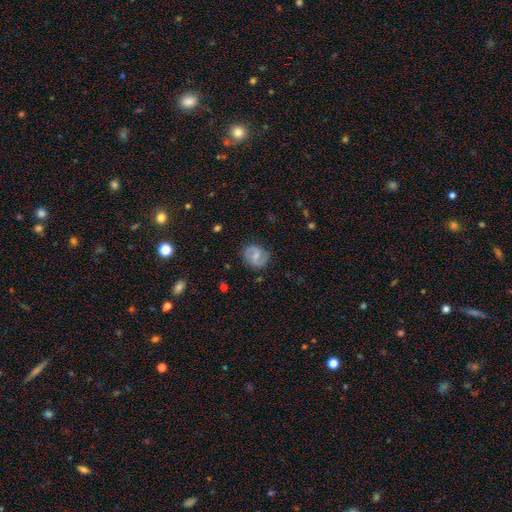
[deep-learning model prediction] Smooth or featured?
  - featured or disk: 68% *
  - smooth: 25%
  - star or artifact: 7%
Edge-on disk?
  - no: 98% *
  - yes: 2%
Bar?
  - weak: 55% *
  - no: 26%
  - strong: 19%
Spiral arms?
  - yes: 91% *
  - no: 9%
Spiral winding?
  - medium: 50% *
  - loose: 26%
  - tight: 24%
Spiral arm count?
  - 2: 89% *
  - can't tell: 6%
  - 1: 2%
  - 3: 1%
  - 4: 1%
  - more than 4: 1%
Bulge size?
  - small: 49% *
  - moderate: 33%
  - none: 14%
  - large: 2%
  - dominant: 1%
Merging?
  - none: 82% *
  - minor disturbance: 13%
  - major disturbance: 4%
  - merger: 1%